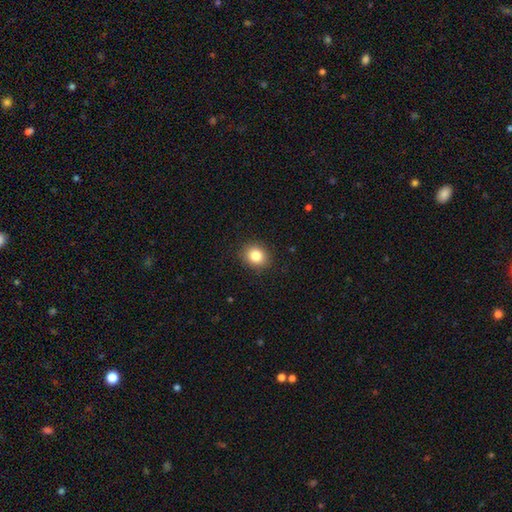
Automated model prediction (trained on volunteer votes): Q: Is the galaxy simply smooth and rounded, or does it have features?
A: smooth — 84%.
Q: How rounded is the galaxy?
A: round — 72%.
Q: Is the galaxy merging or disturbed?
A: none — 90%.